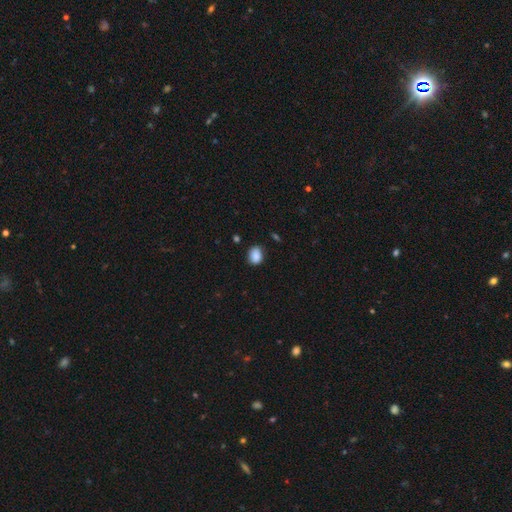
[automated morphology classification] A smooth galaxy with no disk features (88%) that is in between round and cigar-shaped (57%). Merging: none (77%).